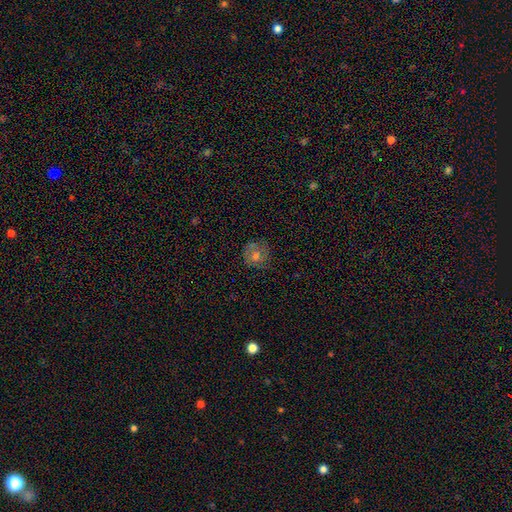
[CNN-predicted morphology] A smooth galaxy with no disk features (49%). Merging: none (78%).